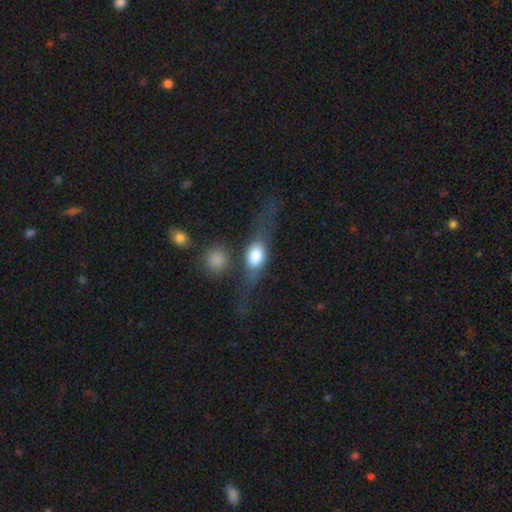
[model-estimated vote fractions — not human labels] This appears to be a smooth galaxy with no disk features (49%). Merging: none (54%).